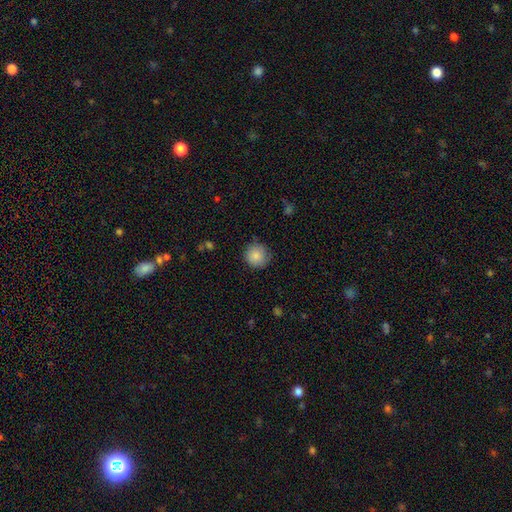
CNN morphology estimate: This appears to be a smooth galaxy with no disk features (86%) that is round (94%). Merging: none (83%).